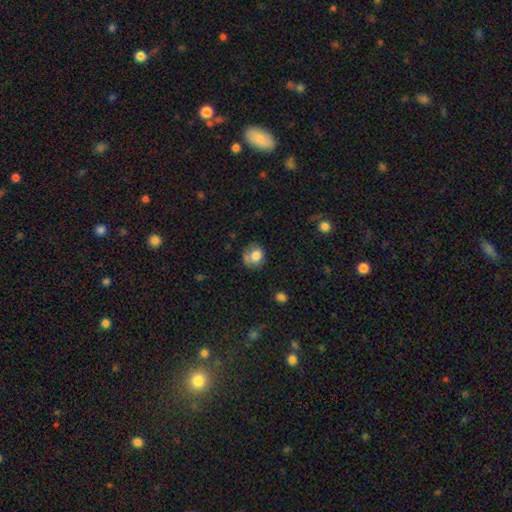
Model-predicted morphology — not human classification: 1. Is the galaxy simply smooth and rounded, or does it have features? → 77% smooth, 14% featured or disk, 10% star or artifact.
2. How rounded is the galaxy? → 71% round, 28% in between, 1% cigar-shaped.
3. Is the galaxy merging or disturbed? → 54% none, 28% minor disturbance, 11% major disturbance, 7% merger.